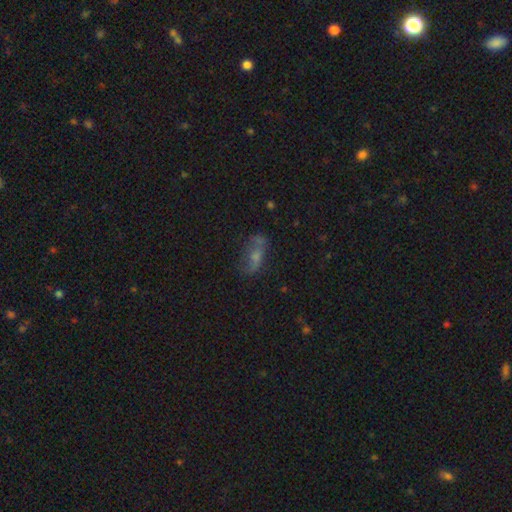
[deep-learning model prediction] Smooth or featured? Predicted: smooth (p=0.45). Merging? Predicted: none (p=0.50).